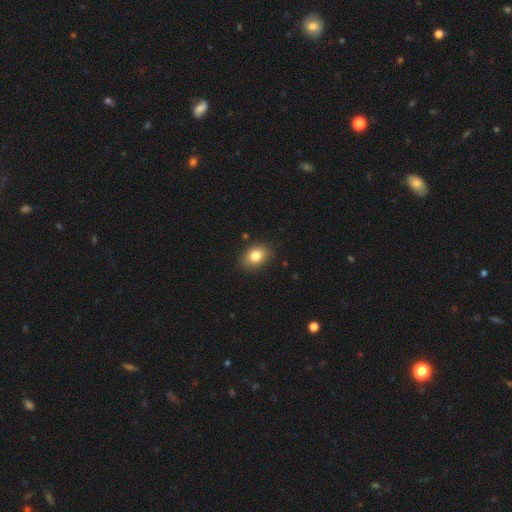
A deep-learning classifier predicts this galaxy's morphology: This appears to be a smooth galaxy with no disk features (82%) that is in between round and cigar-shaped (70%). Merging: none (87%).